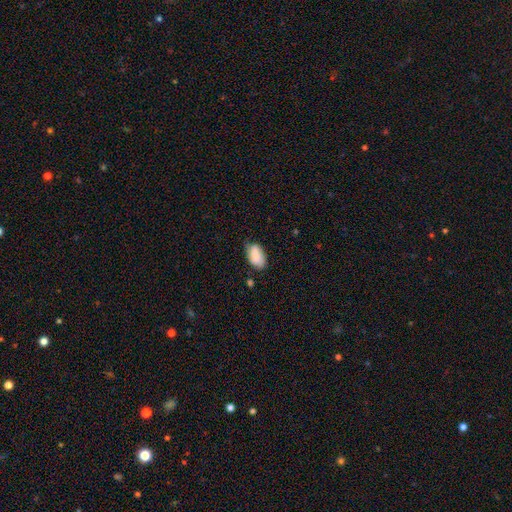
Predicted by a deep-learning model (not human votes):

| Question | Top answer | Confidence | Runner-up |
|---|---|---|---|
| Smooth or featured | smooth | 80% | featured or disk (13%) |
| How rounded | in between | 93% | round (5%) |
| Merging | none | 58% | minor disturbance (33%) |